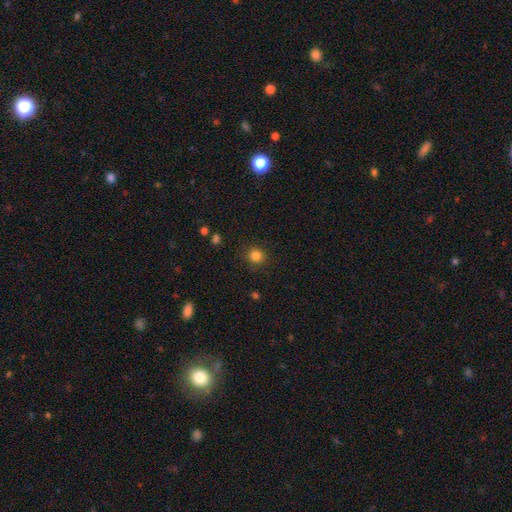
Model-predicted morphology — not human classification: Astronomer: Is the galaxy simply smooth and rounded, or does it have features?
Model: smooth — 84%.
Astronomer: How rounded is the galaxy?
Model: round — 88%.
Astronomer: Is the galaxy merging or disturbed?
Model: none — 89%.